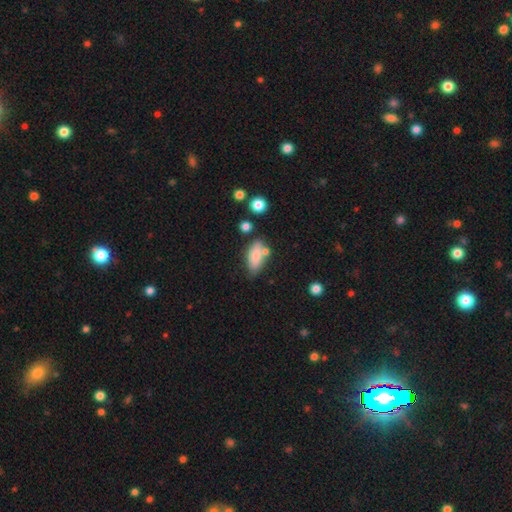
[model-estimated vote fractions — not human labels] Smooth or featured: smooth — 77% (featured or disk — 15%)
How rounded: in between — 84% (cigar-shaped — 13%)
Merging: none — 59% (minor disturbance — 20%)